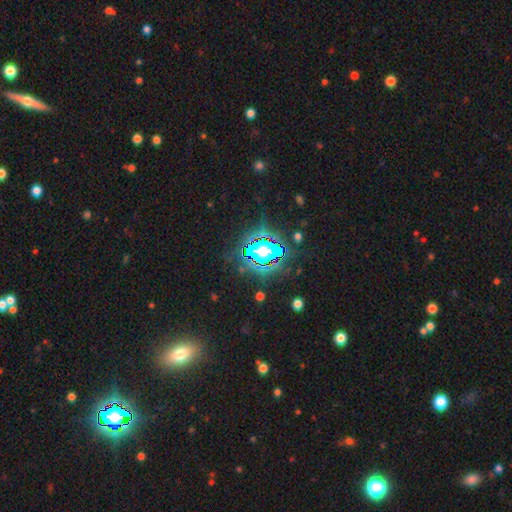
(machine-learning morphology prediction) A star or artifact, not a galaxy (79%).